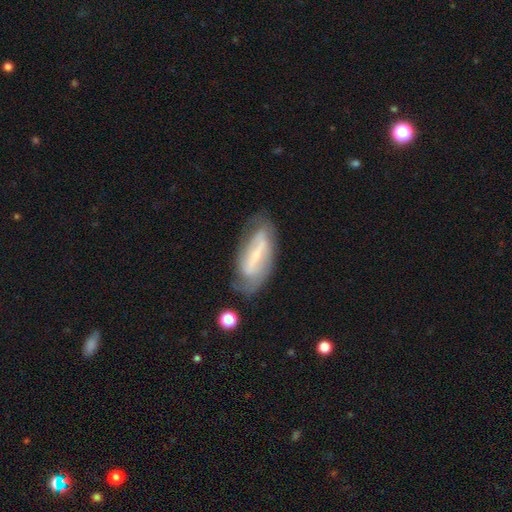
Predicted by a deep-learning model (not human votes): Smooth or featured?
  - featured or disk: 67% *
  - smooth: 26%
  - star or artifact: 7%
Edge-on disk?
  - no: 85% *
  - yes: 15%
Bar?
  - strong: 62% *
  - weak: 27%
  - no: 11%
Spiral arms?
  - yes: 69% *
  - no: 31%
Bulge size?
  - small: 63% *
  - moderate: 21%
  - none: 13%
  - large: 3%
  - dominant: 1%
Merging?
  - none: 65% *
  - minor disturbance: 23%
  - major disturbance: 10%
  - merger: 3%